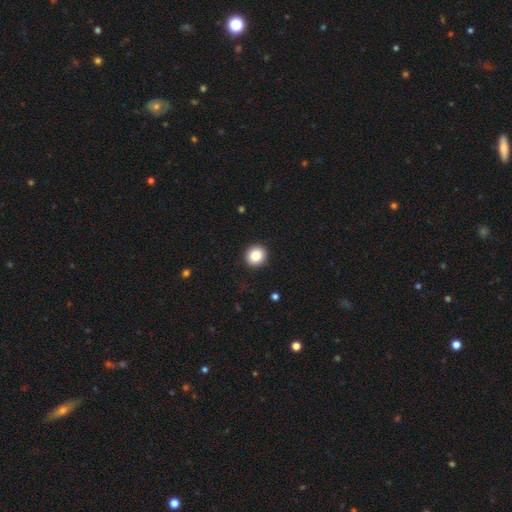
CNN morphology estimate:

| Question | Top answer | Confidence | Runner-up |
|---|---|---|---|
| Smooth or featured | smooth | 84% | star or artifact (9%) |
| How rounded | round | 89% | in between (10%) |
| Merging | none | 92% | minor disturbance (5%) |